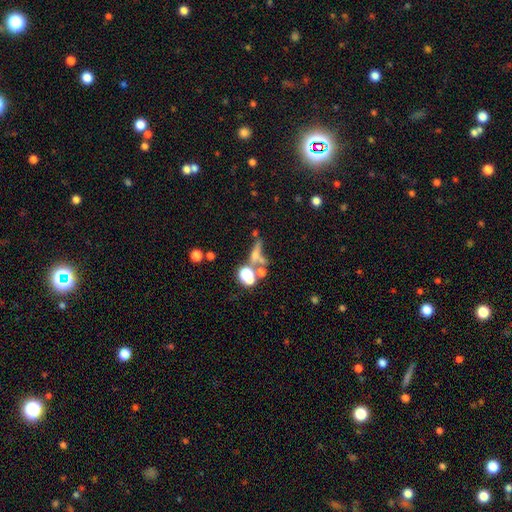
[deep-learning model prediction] Smooth or featured? smooth (45%)
Merging? none (38%)